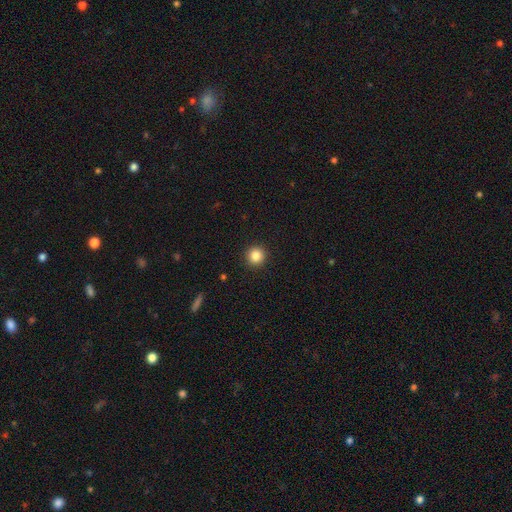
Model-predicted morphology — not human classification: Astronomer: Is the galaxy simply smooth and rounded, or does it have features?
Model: smooth — 85%.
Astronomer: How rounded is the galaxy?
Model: round — 94%.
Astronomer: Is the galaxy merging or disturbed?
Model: none — 93%.